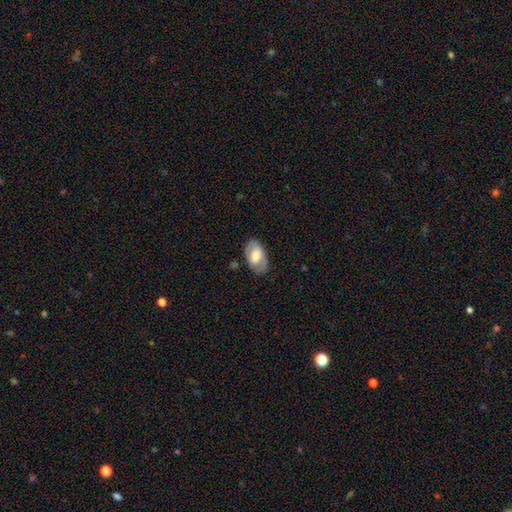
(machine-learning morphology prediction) Smooth or featured?
  - smooth: 48% *
  - featured or disk: 46%
  - star or artifact: 6%
Merging?
  - none: 80% *
  - minor disturbance: 14%
  - major disturbance: 4%
  - merger: 2%